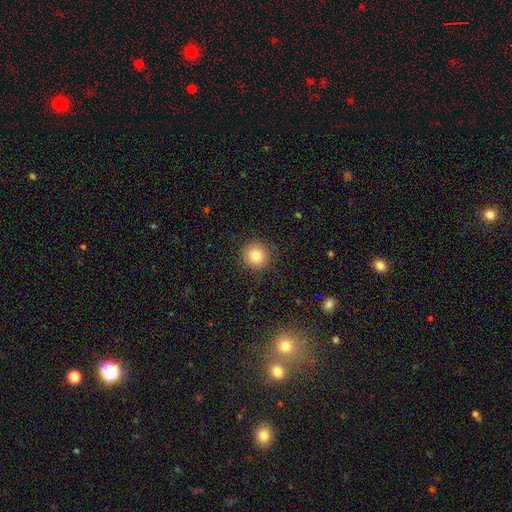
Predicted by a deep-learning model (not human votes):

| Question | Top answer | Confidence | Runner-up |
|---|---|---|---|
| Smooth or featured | smooth | 80% | star or artifact (11%) |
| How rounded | round | 95% | in between (4%) |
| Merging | none | 90% | minor disturbance (6%) |